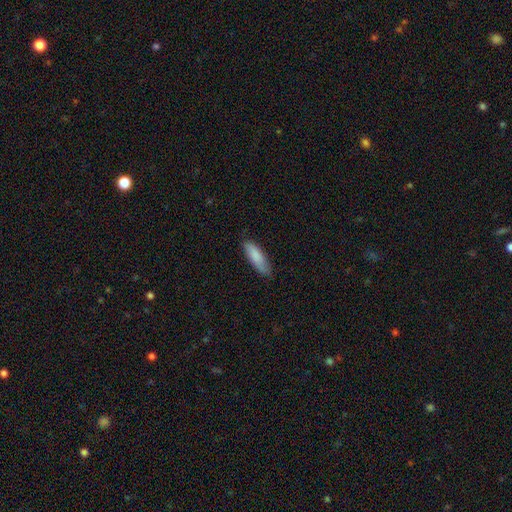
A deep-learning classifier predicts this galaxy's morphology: smooth-or-featured: smooth: 85% | featured or disk: 10% | star or artifact: 6%
  how-rounded: cigar-shaped: 51% | in between: 47% | round: 1%
  merging: none: 79% | minor disturbance: 17% | major disturbance: 3% | merger: 1%